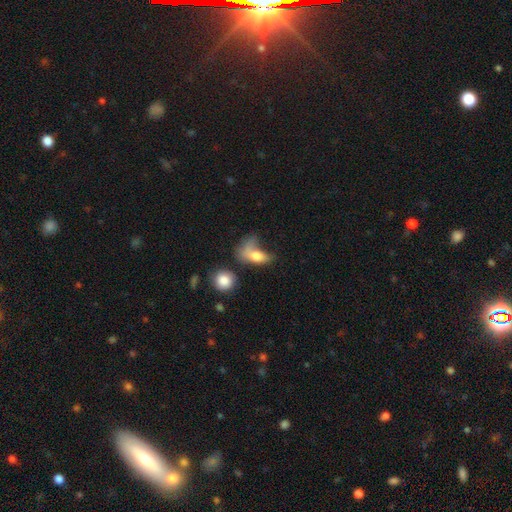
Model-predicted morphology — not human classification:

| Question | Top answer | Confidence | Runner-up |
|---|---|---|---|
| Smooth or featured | smooth | 70% | featured or disk (20%) |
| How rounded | in between | 77% | round (16%) |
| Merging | major disturbance | 45% | minor disturbance (19%) |